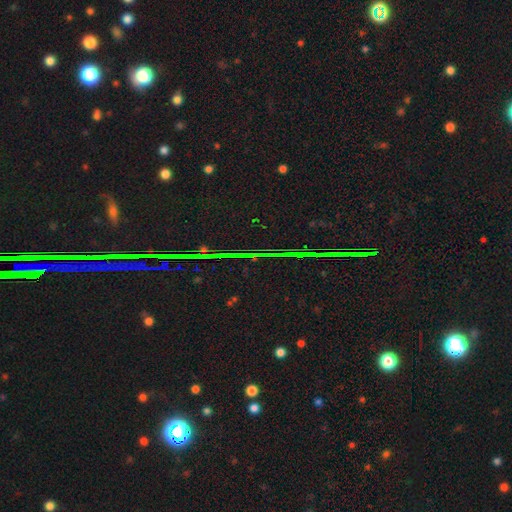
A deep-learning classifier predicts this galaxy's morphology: Q: Smooth or featured?
A: star or artifact (84%); runner-up: featured or disk (8%)